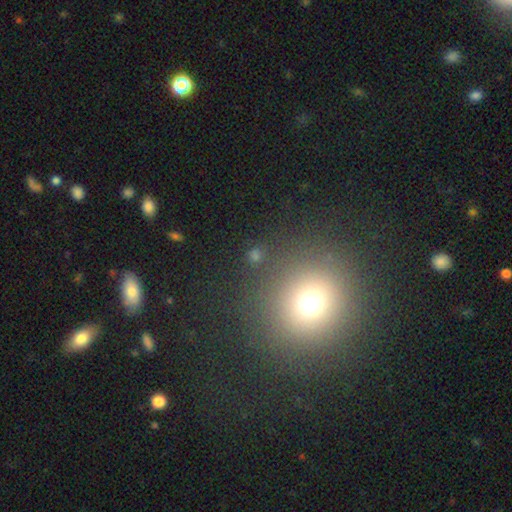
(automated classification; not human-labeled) Smooth or featured? Predicted: smooth (p=0.63). How rounded? Predicted: round (p=0.84). Merging? Predicted: none (p=0.83).